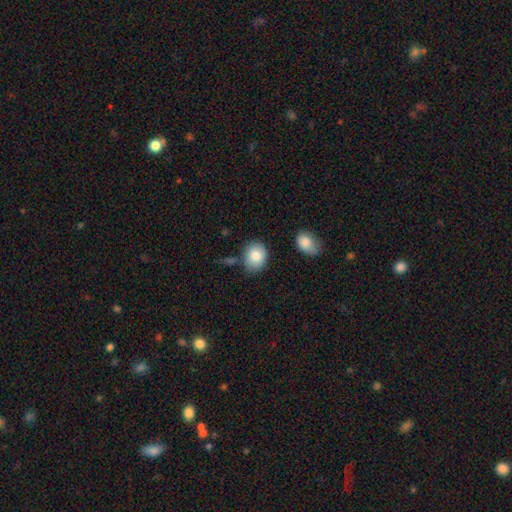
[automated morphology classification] A smooth galaxy with no disk features (83%) that is in between round and cigar-shaped (51%). Merging: none (74%).